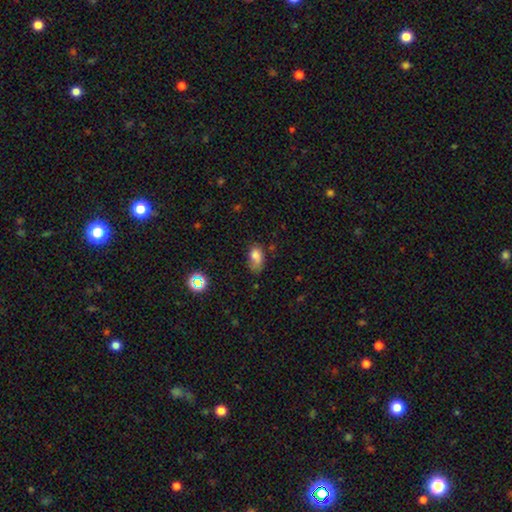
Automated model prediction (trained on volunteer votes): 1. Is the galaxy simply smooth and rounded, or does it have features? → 75% smooth, 13% featured or disk, 11% star or artifact.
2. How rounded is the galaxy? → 86% in between, 11% round, 3% cigar-shaped.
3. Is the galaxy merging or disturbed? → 41% none, 35% minor disturbance, 17% major disturbance, 6% merger.